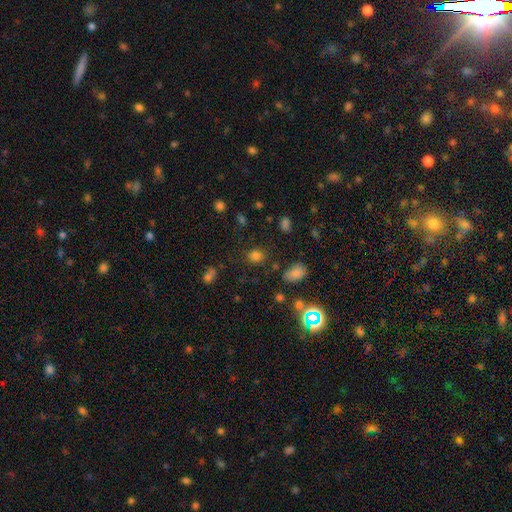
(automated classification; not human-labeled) smooth_or_featured: smooth (p=0.77) [alt: star or artifact p=0.18]
how_rounded: round (p=0.63) [alt: in between p=0.36]
merging: none (p=0.80) [alt: minor disturbance p=0.12]